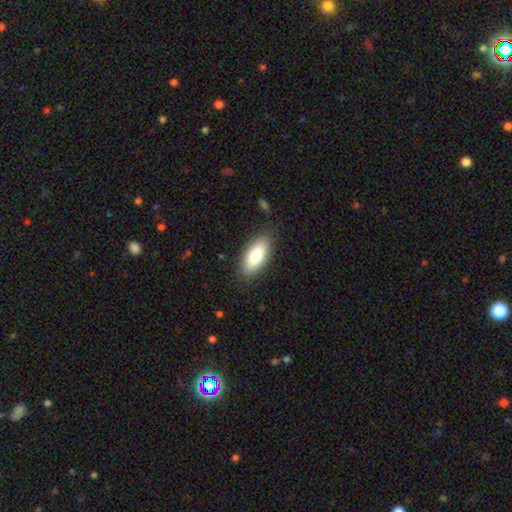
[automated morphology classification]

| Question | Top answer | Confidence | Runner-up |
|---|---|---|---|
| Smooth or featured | smooth | 80% | featured or disk (14%) |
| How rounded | in between | 83% | cigar-shaped (14%) |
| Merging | none | 84% | minor disturbance (11%) |